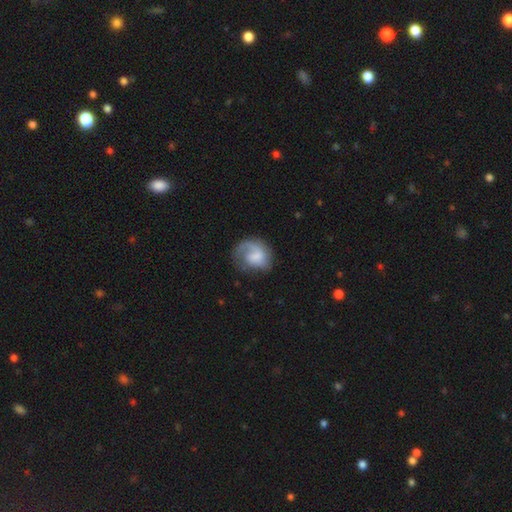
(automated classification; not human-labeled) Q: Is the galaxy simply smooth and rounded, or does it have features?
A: featured or disk — 54%.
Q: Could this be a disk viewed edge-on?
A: no — 98%.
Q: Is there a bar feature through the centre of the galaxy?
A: no — 55%.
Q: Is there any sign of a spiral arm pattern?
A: yes — 85%.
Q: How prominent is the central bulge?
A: none — 34%.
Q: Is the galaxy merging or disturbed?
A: none — 54%.